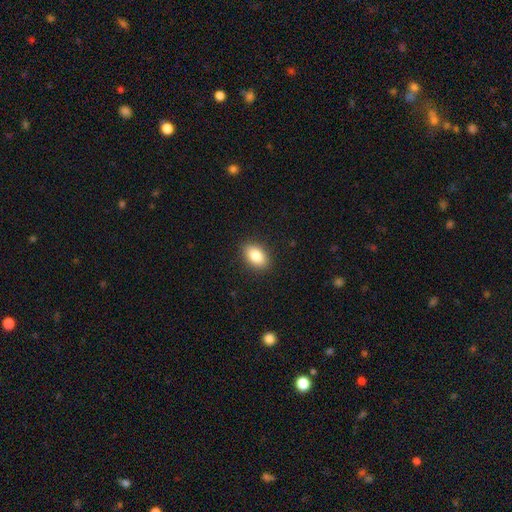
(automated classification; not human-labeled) Morphology: type=smooth (84%); roundness=in between (89%); merging=none (89%).